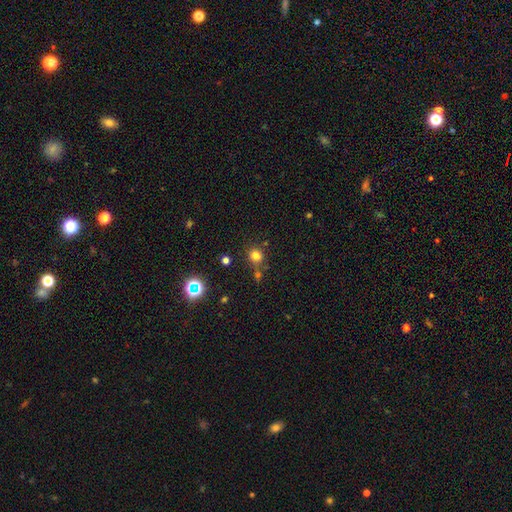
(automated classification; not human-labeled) smooth 76%, star or artifact 18%, featured or disk 6%. Down the decision tree: how rounded — round (84%); merging — none (73%).